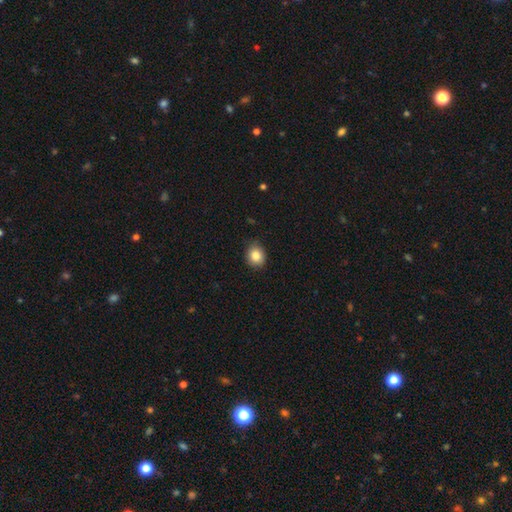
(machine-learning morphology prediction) smooth 85%, star or artifact 9%, featured or disk 6%. Down the decision tree: how rounded — round (66%); merging — none (83%).